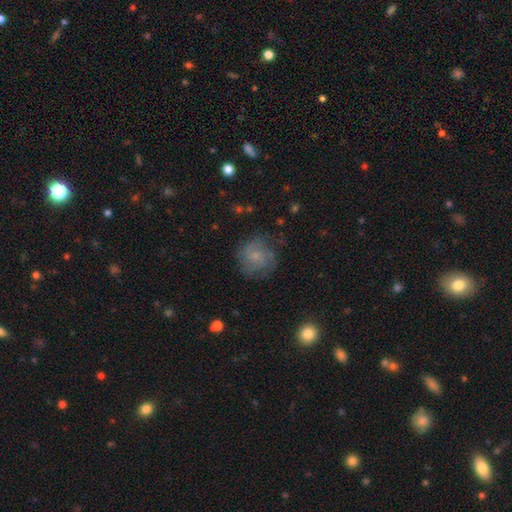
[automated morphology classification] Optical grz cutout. It shows a smooth galaxy with no disk features (55%) that is round (86%). Merging: none (65%).